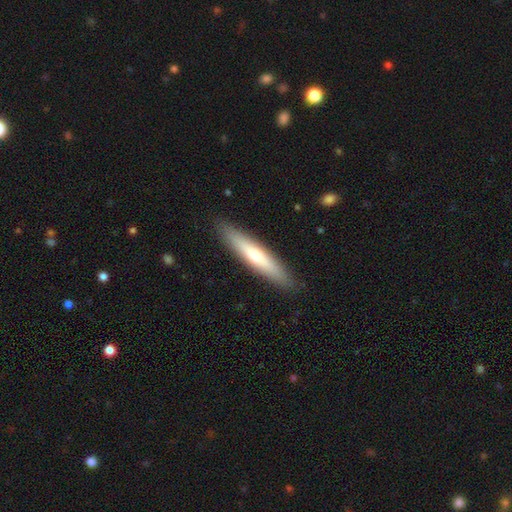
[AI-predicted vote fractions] smooth_or_featured: smooth (p=0.56) [alt: featured or disk p=0.38]
how_rounded: cigar-shaped (p=0.88) [alt: in between p=0.10]
merging: none (p=0.90) [alt: minor disturbance p=0.07]